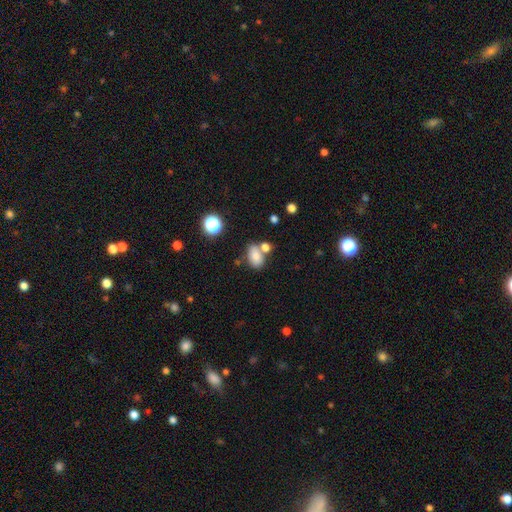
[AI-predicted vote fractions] Smooth or featured?
  - smooth: 76% *
  - featured or disk: 12%
  - star or artifact: 11%
How rounded?
  - in between: 82% *
  - round: 16%
  - cigar-shaped: 2%
Merging?
  - none: 58% *
  - merger: 25%
  - minor disturbance: 13%
  - major disturbance: 4%